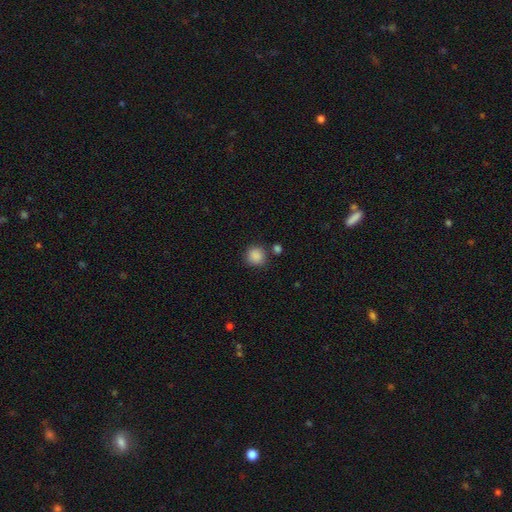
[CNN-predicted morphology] Overall: smooth (87%). How rounded: round (90%). Merging: none (78%).